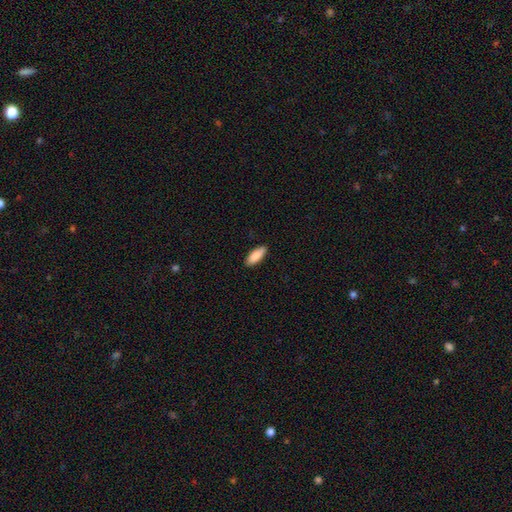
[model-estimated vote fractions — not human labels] Overall: smooth (87%). How rounded: in between (73%). Merging: none (89%).